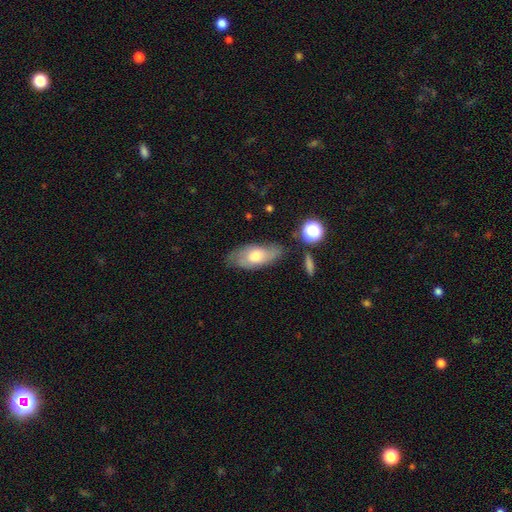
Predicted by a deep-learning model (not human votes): Smooth or featured?
  - smooth: 56% *
  - featured or disk: 36%
  - star or artifact: 8%
How rounded?
  - in between: 83% *
  - cigar-shaped: 13%
  - round: 4%
Merging?
  - none: 67% *
  - minor disturbance: 23%
  - major disturbance: 6%
  - merger: 4%